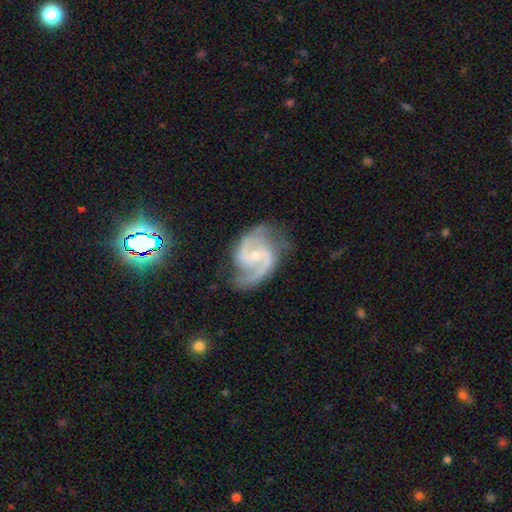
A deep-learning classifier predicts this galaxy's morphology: Smooth or featured?
  - featured or disk: 91% *
  - smooth: 5%
  - star or artifact: 5%
Edge-on disk?
  - no: 98% *
  - yes: 2%
Bar?
  - no: 46% *
  - weak: 42%
  - strong: 11%
Spiral arms?
  - yes: 98% *
  - no: 2%
Spiral winding?
  - medium: 60% *
  - loose: 21%
  - tight: 19%
Spiral arm count?
  - 2: 90% *
  - 3: 3%
  - can't tell: 3%
  - 1: 2%
  - 4: 1%
  - more than 4: 1%
Bulge size?
  - moderate: 48% * (tied)
  - small: 48% * (tied)
  - large: 1%
  - none: 1%
  - dominant: 1%
Merging?
  - none: 70% *
  - minor disturbance: 20%
  - major disturbance: 8%
  - merger: 2%